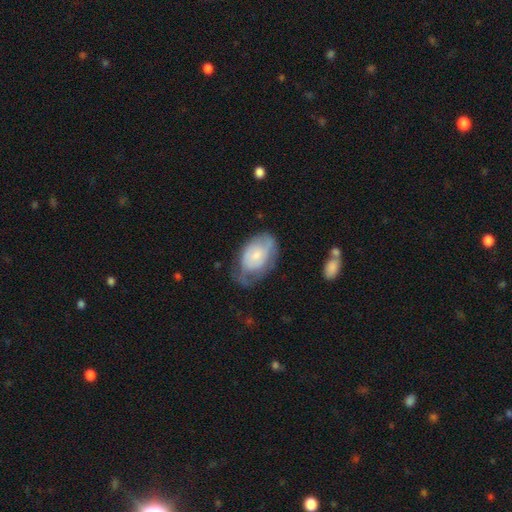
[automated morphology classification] Overall: smooth (48%; featured or disk 45%). Merging: none (41%; minor disturbance 34%).